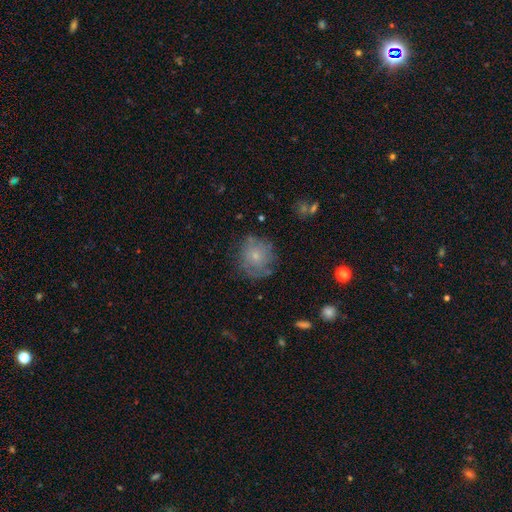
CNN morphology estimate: smooth_or_featured: smooth (p=0.56) [alt: featured or disk p=0.34]
how_rounded: round (p=0.87) [alt: in between p=0.12]
merging: none (p=0.68) [alt: minor disturbance p=0.21]